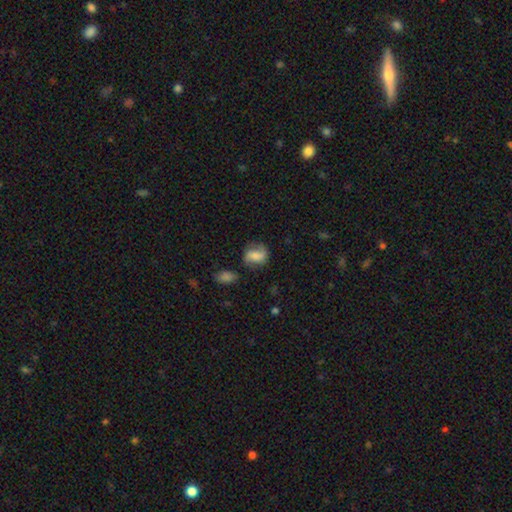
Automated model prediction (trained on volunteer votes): Morphology: type=smooth (52%); roundness=round (50%); merging=none (62%).